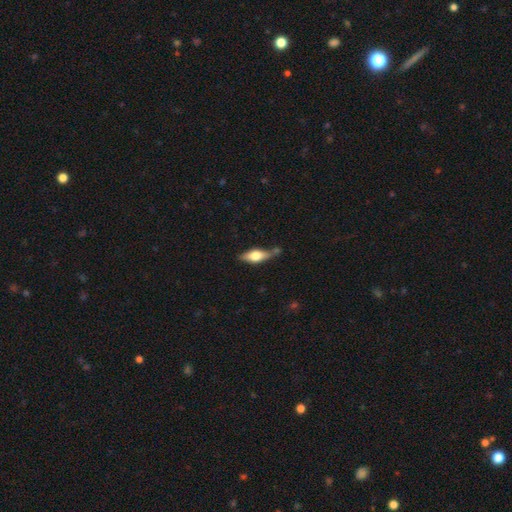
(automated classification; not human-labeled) This appears to be a smooth galaxy with no disk features (51%) that is in between round and cigar-shaped (63%). Merging: none (60%).